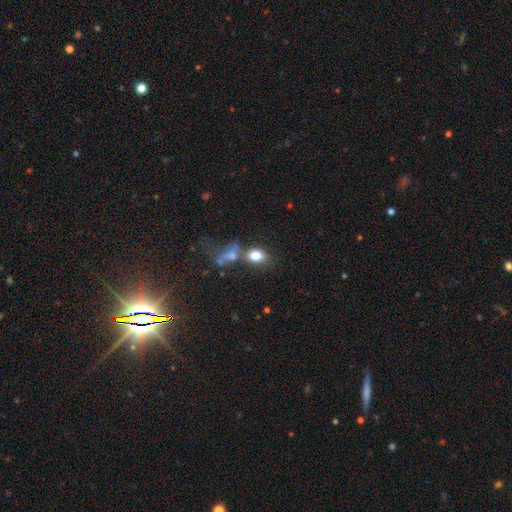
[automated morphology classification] This is likely a smooth galaxy (76%). How rounded: likely in between (67%). Merging: marginally none (45%).